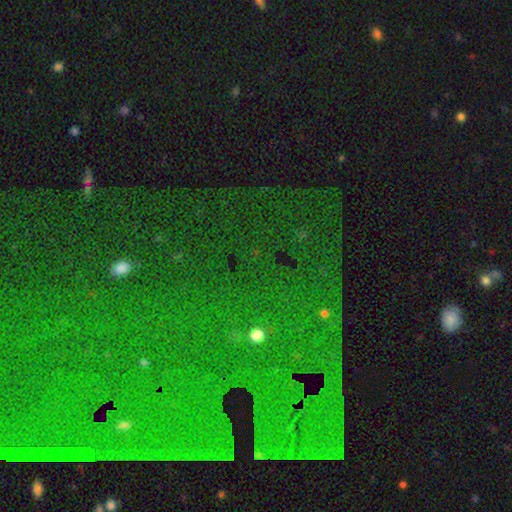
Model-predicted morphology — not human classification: Q: Smooth or featured?
A: star or artifact (76%); runner-up: smooth (12%)